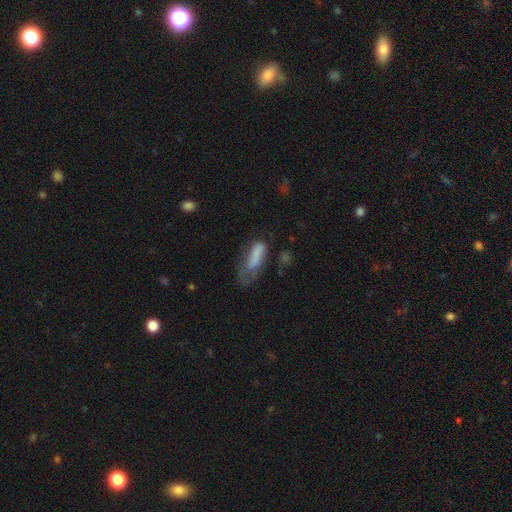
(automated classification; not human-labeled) smooth 72%, featured or disk 18%, star or artifact 10%. Down the decision tree: how rounded — in between (56%); merging — major disturbance (41%).